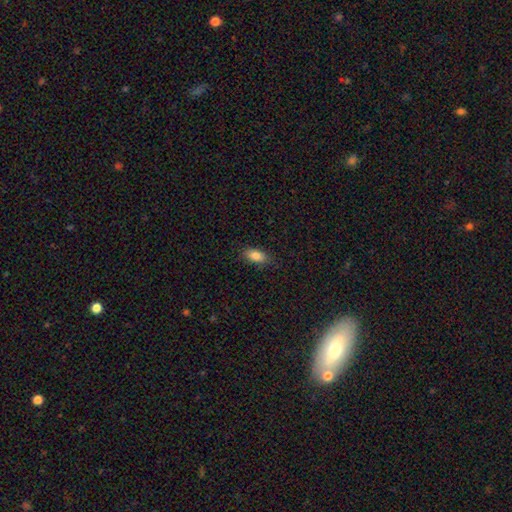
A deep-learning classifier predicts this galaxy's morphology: Smooth or featured?
  - smooth: 85% *
  - star or artifact: 8%
  - featured or disk: 7%
How rounded?
  - in between: 89% *
  - cigar-shaped: 6%
  - round: 5%
Merging?
  - none: 84% *
  - minor disturbance: 12%
  - major disturbance: 3%
  - merger: 1%